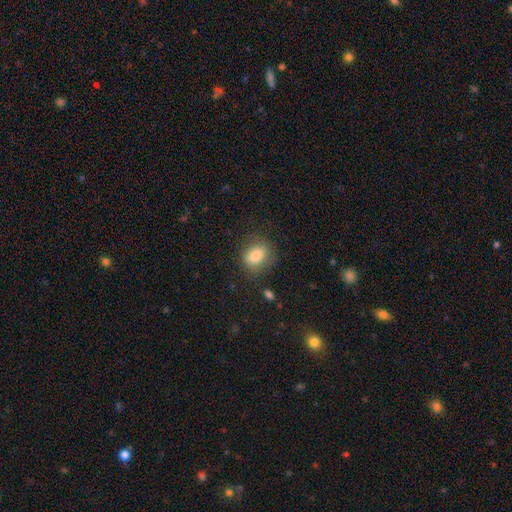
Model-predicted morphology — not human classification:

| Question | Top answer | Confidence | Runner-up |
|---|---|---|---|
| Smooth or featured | smooth | 83% | star or artifact (9%) |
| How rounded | in between | 70% | round (28%) |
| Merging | none | 70% | minor disturbance (20%) |